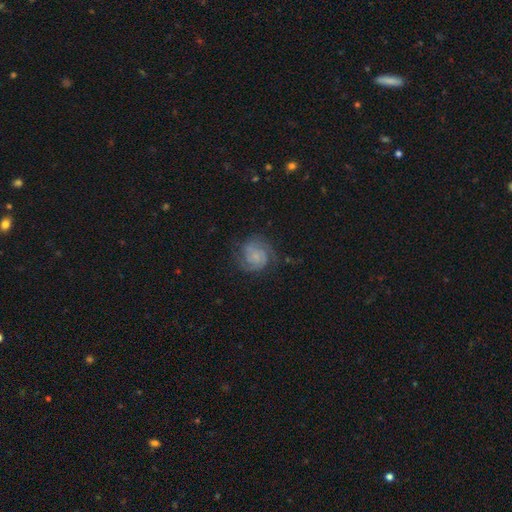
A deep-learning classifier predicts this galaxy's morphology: featured or disk 80%, smooth 13%, star or artifact 7%. Down the decision tree: edge-on disk — no (98%); bar — no (67%); spiral arms — yes (96%); spiral arm count — 2 (62%); spiral winding — tight (59%); bulge size — small (50%); merging — none (73%).